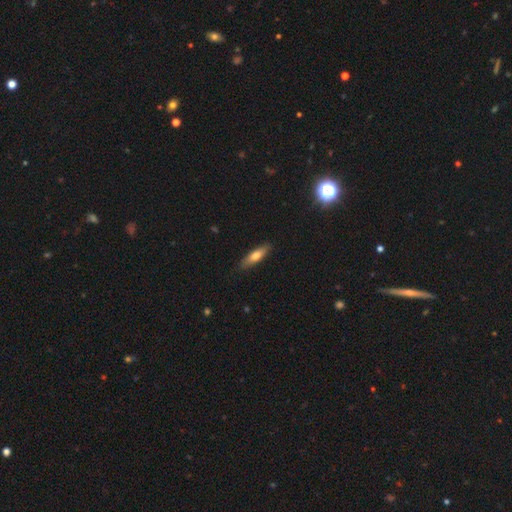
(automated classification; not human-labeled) This is likely a smooth galaxy (66%). How rounded: likely cigar-shaped (64%). Merging: clearly none (84%).